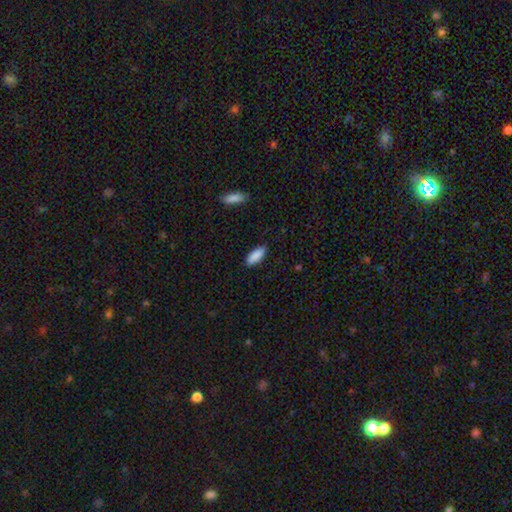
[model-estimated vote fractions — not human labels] A smooth galaxy with no disk features (88%) that is in between round and cigar-shaped (75%).

Vote fractions:
- Smooth or featured? smooth: 88% / star or artifact: 6% / featured or disk: 6%
- How rounded? in between: 75% / cigar-shaped: 23% / round: 2%
- Merging? none: 85% / minor disturbance: 12% / major disturbance: 2% / merger: 1%